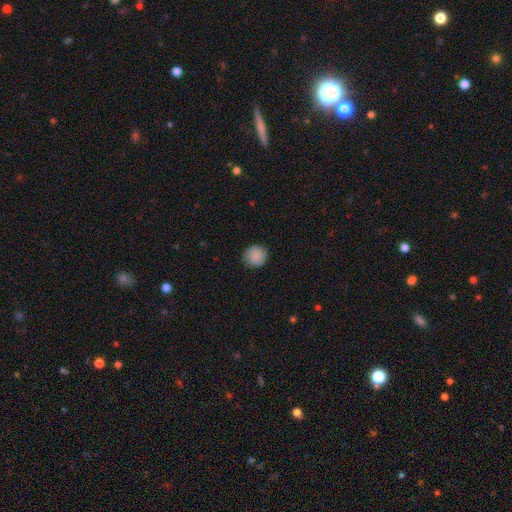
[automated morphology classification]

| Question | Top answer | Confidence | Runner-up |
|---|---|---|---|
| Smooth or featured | smooth | 83% | featured or disk (10%) |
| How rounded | round | 88% | in between (11%) |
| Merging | none | 82% | minor disturbance (14%) |